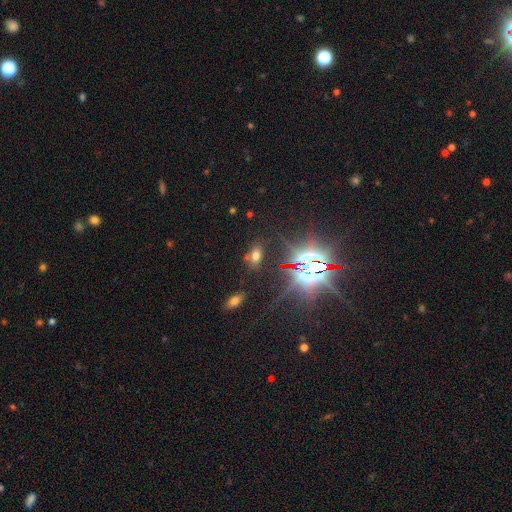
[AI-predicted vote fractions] smooth-or-featured: smooth: 50% | star or artifact: 38% | featured or disk: 11%
  how-rounded: in between: 87% | round: 9% | cigar-shaped: 5%
  merging: none: 74% | minor disturbance: 13% | merger: 7% | major disturbance: 6%